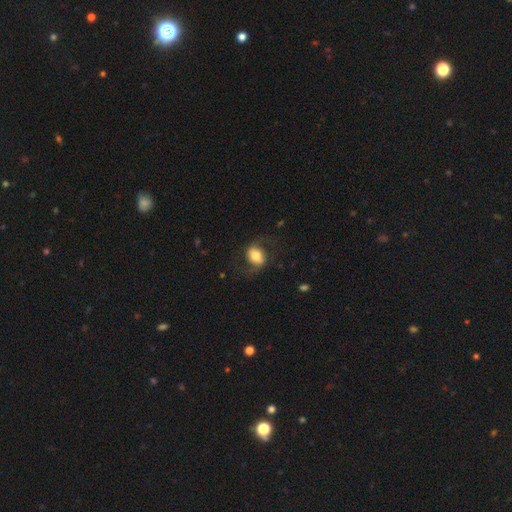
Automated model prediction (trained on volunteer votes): Smooth or featured?
  - smooth: 56% *
  - featured or disk: 37%
  - star or artifact: 8%
How rounded?
  - in between: 64% *
  - round: 34%
  - cigar-shaped: 2%
Merging?
  - none: 66% *
  - minor disturbance: 18%
  - major disturbance: 14%
  - merger: 1%